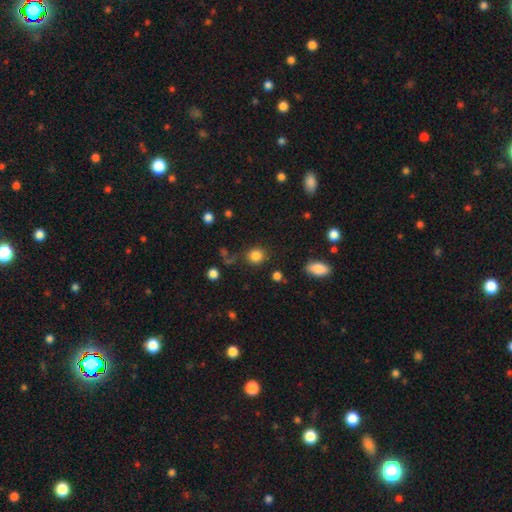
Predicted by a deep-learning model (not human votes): A smooth galaxy with no disk features (84%) that is round (85%). Merging: none (79%).